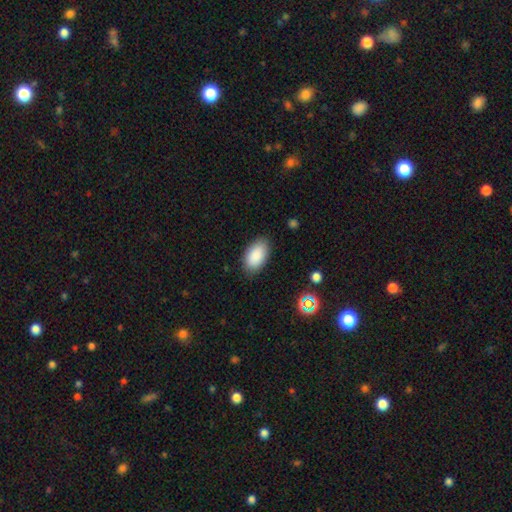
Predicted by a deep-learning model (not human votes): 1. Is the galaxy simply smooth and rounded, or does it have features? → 89% smooth, 7% star or artifact, 4% featured or disk.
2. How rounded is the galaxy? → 95% in between, 4% round, 2% cigar-shaped.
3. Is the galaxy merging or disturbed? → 85% none, 11% minor disturbance, 3% major disturbance, 1% merger.